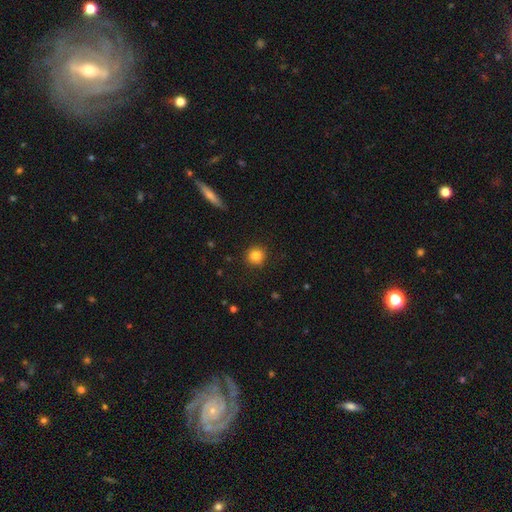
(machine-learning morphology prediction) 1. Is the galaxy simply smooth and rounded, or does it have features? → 84% smooth, 10% star or artifact, 5% featured or disk.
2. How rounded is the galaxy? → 93% round, 6% in between, 1% cigar-shaped.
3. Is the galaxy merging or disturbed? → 90% none, 7% minor disturbance, 2% major disturbance, 1% merger.